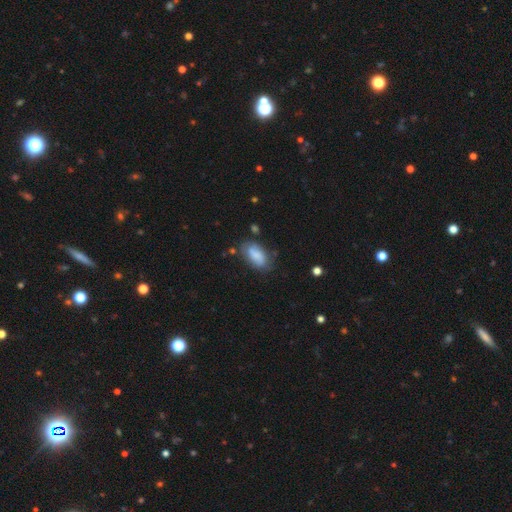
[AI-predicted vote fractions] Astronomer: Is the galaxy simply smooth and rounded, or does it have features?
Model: smooth — 78%.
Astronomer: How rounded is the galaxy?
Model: in between — 91%.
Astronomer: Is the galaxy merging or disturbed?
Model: none — 64%.